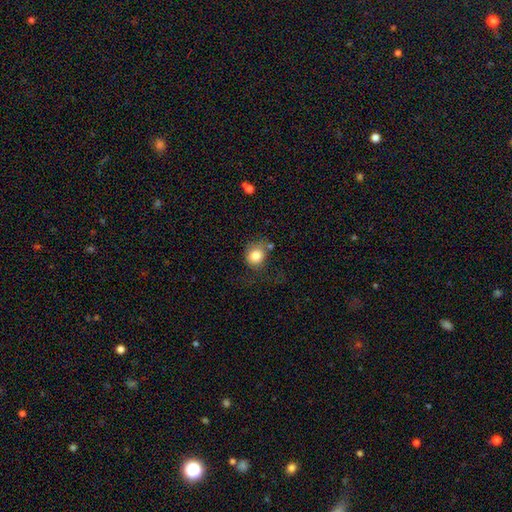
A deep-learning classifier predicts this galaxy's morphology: Smooth or featured? smooth (82%)
How rounded? round (71%)
Merging? none (53%)